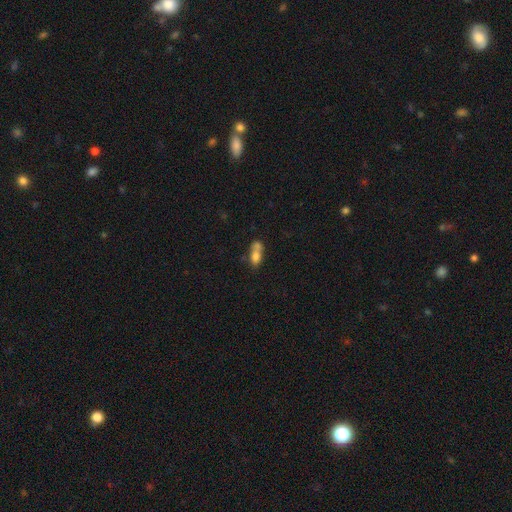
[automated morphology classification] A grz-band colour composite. It shows a smooth galaxy with no disk features (71%) that is in between round and cigar-shaped (74%). Merging: merger (56%).